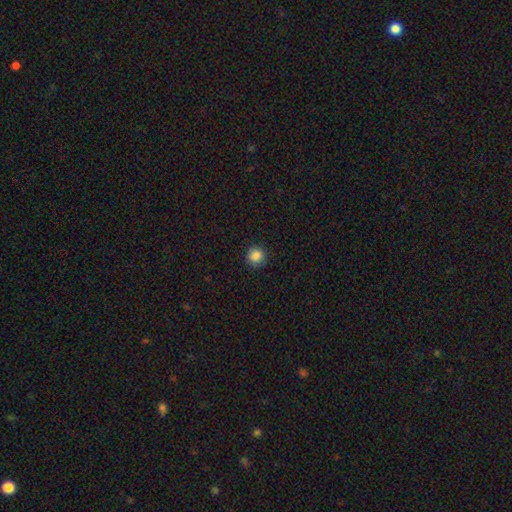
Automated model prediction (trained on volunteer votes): smooth-or-featured: smooth: 87% | star or artifact: 10% | featured or disk: 3%
  how-rounded: round: 89% | in between: 10% | cigar-shaped: 1%
  merging: none: 88% | minor disturbance: 9% | major disturbance: 2% | merger: 1%